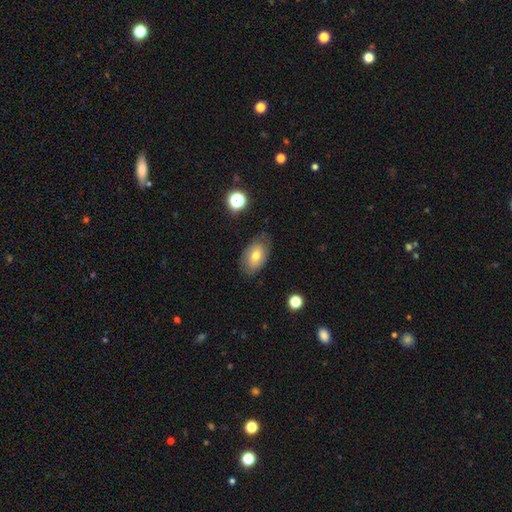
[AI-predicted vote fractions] Overall: smooth (63%; featured or disk 28%). How rounded: in between (89%). Merging: none (73%).